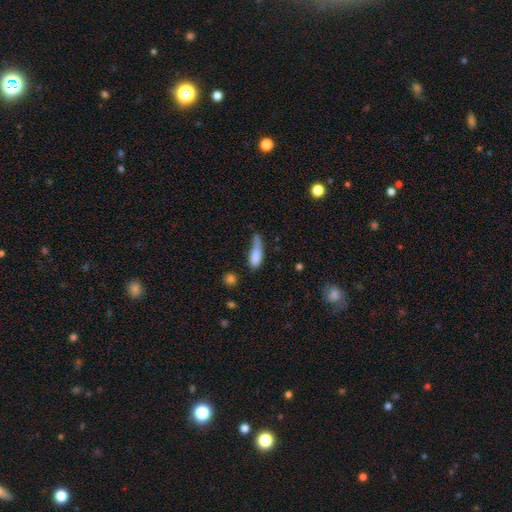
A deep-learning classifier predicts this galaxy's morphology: This appears to be a smooth galaxy with no disk features (77%) that is in between round and cigar-shaped (54%). Merging: minor disturbance (35%).